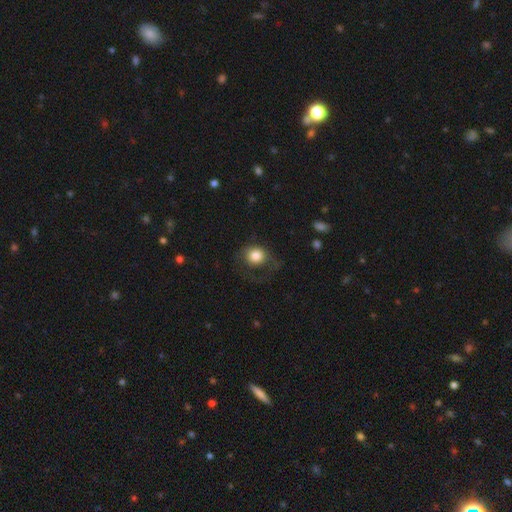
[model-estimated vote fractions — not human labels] Smooth or featured? Predicted: smooth (p=0.78). How rounded? Predicted: round (p=0.81). Merging? Predicted: none (p=0.45).